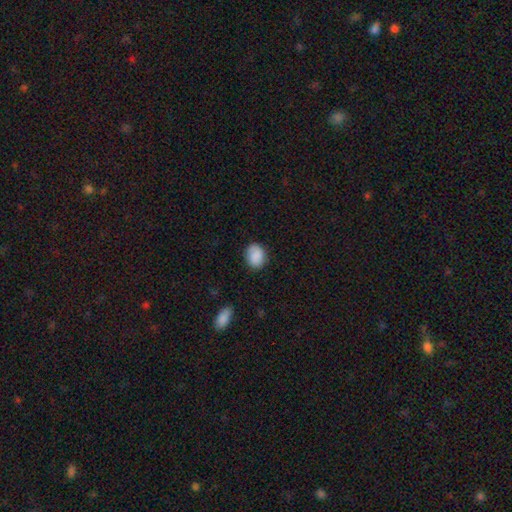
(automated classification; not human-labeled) Smooth or featured: smooth — 86% (star or artifact — 7%)
How rounded: in between — 55% (round — 44%)
Merging: none — 83% (minor disturbance — 13%)